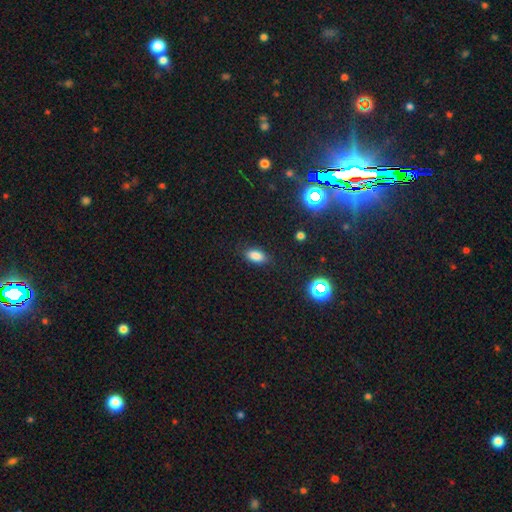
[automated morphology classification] This appears to be a smooth galaxy with no disk features (82%) that is in between round and cigar-shaped (90%). Merging: none (85%).